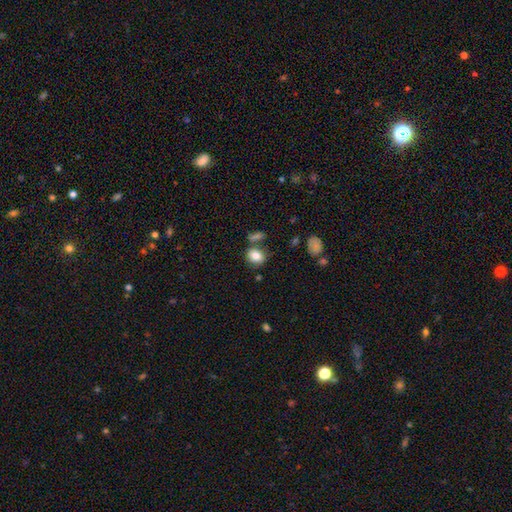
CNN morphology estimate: Overall: smooth (83%). How rounded: in between (53%; round 46%). Merging: none (69%).